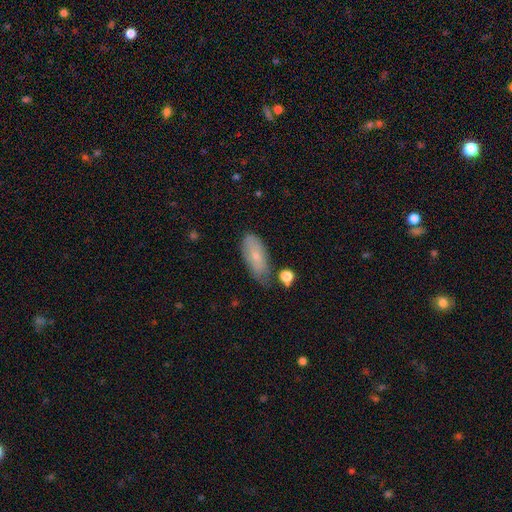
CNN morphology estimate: This is likely a smooth galaxy (71%). How rounded: clearly in between (85%). Merging: possibly none (58%).